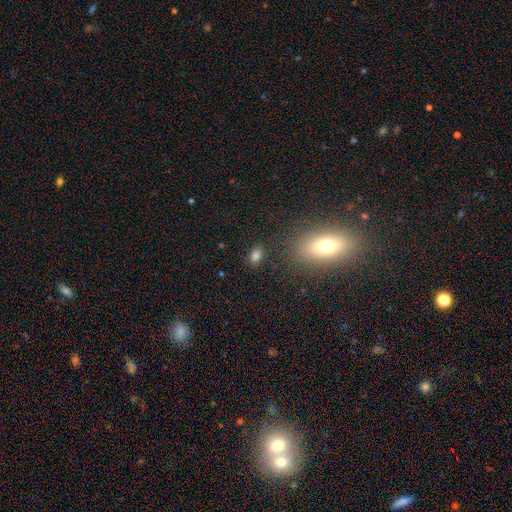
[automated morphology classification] A smooth galaxy with no disk features (79%) that is in between round and cigar-shaped (80%).

Vote fractions:
- Smooth or featured? smooth: 79% / star or artifact: 15% / featured or disk: 6%
- How rounded? in between: 80% / round: 18% / cigar-shaped: 2%
- Merging? none: 83% / minor disturbance: 11% / major disturbance: 4% / merger: 3%